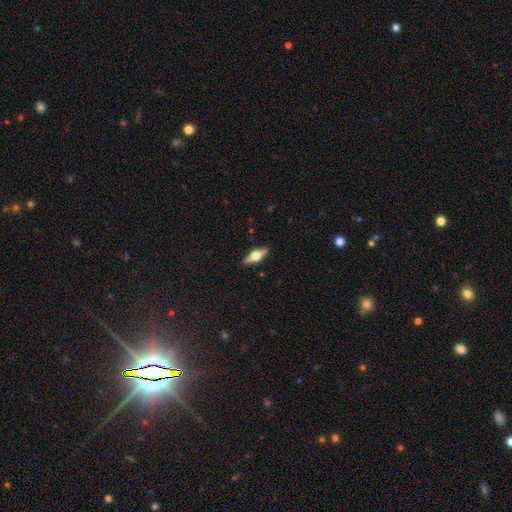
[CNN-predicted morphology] A featured or disk galaxy (58%) viewed edge-on (93%) with a rounded central bulge (94%).

Vote fractions:
- Smooth or featured? featured or disk: 58% / smooth: 36% / star or artifact: 6%
- Edge-on disk? yes: 93% / no: 7%
- Edge-on bulge? rounded: 94% / boxy: 4% / none: 1%
- Merging? none: 89% / minor disturbance: 8% / major disturbance: 2% / merger: 1%